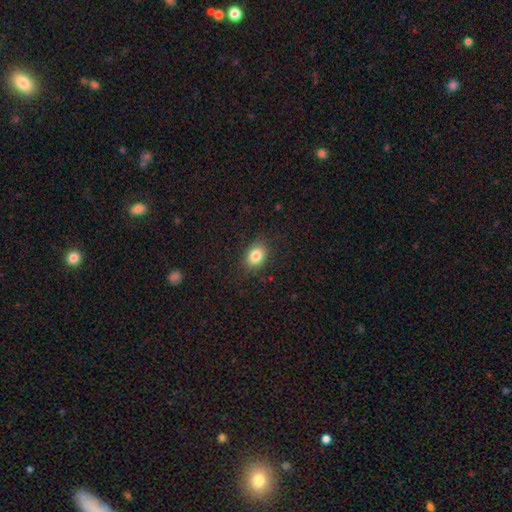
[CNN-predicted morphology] smooth_or_featured: smooth (p=0.83) [alt: star or artifact p=0.10]
how_rounded: in between (p=0.66) [alt: round p=0.33]
merging: none (p=0.84) [alt: minor disturbance p=0.12]